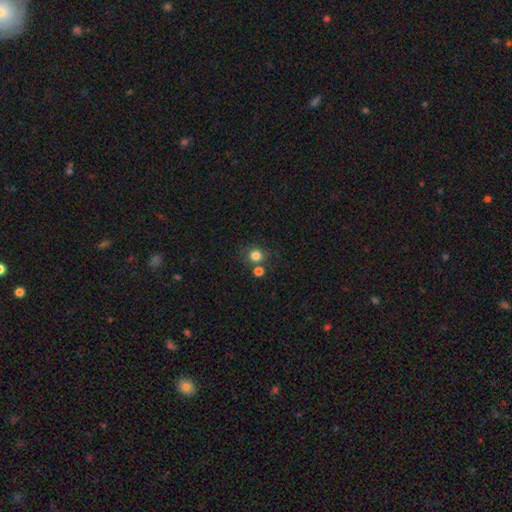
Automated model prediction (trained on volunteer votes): Overall: smooth (81%). How rounded: round (88%). Merging: none (72%).